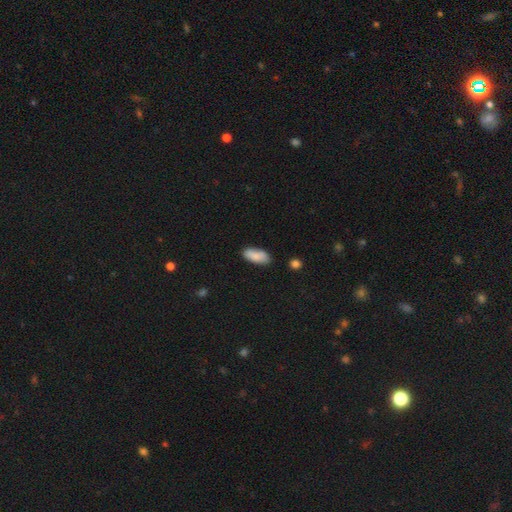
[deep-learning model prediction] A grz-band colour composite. It shows a smooth galaxy with no disk features (86%) that is in between round and cigar-shaped (85%). Merging: none (78%).